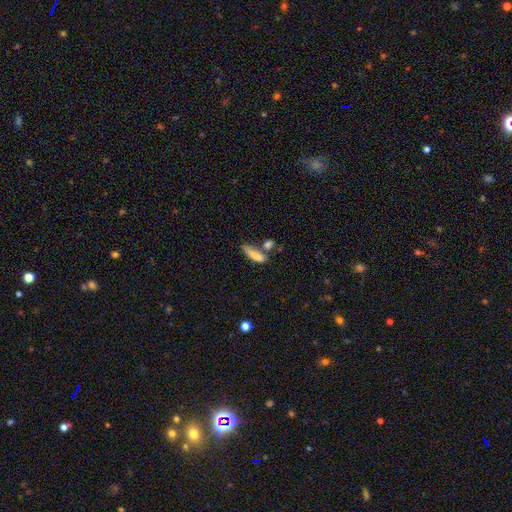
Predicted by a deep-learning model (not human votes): Smooth or featured?
  - smooth: 78% *
  - featured or disk: 15%
  - star or artifact: 7%
How rounded?
  - cigar-shaped: 60% *
  - in between: 37%
  - round: 3%
Merging?
  - none: 47% *
  - merger: 23%
  - minor disturbance: 21%
  - major disturbance: 9%